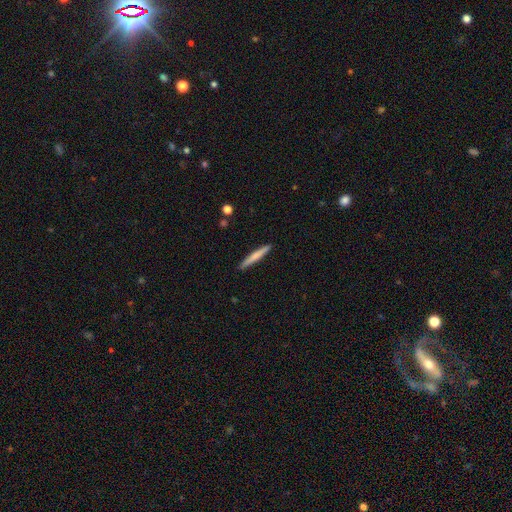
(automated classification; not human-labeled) Smooth or featured?
  - smooth: 68% *
  - featured or disk: 27%
  - star or artifact: 5%
How rounded?
  - cigar-shaped: 96% *
  - in between: 3%
  - round: 1%
Merging?
  - none: 90% *
  - minor disturbance: 7%
  - major disturbance: 1%
  - merger: 1%